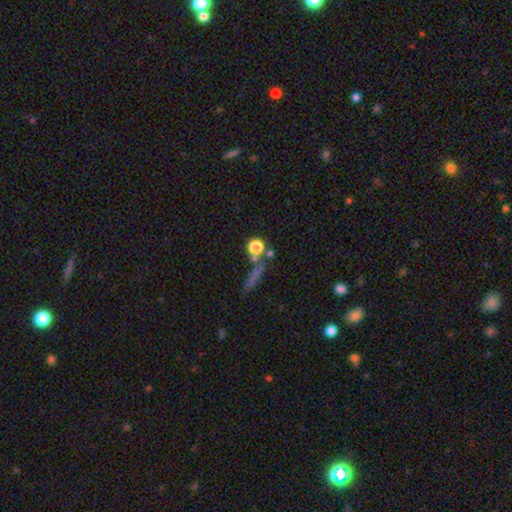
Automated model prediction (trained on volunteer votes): A star or artifact, not a galaxy (39%).